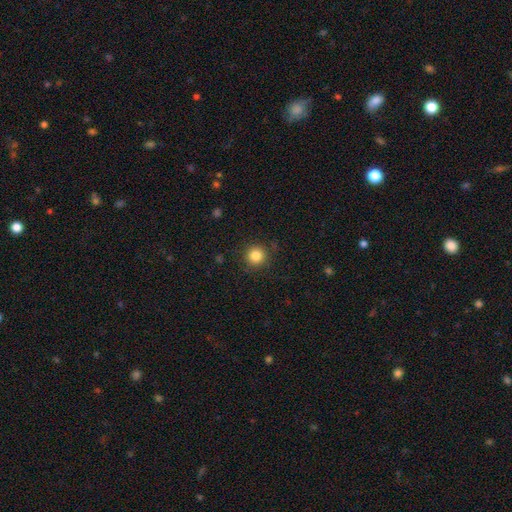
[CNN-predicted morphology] smooth 84%, star or artifact 11%, featured or disk 5%. Down the decision tree: how rounded — round (95%); merging — none (90%).